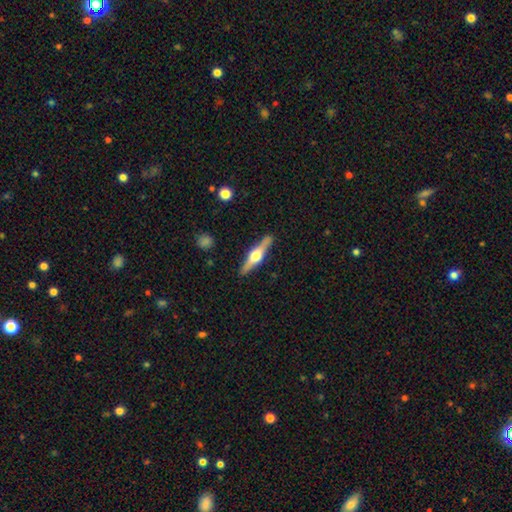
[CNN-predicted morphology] Smooth or featured? featured or disk (73%)
Edge-on disk? yes (97%)
Edge-on bulge? rounded (95%)
Merging? none (90%)